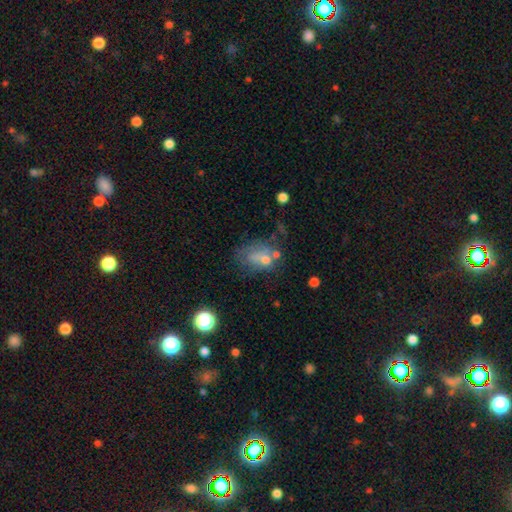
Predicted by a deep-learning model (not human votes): Smooth or featured? smooth (40%)
Merging? none (51%)